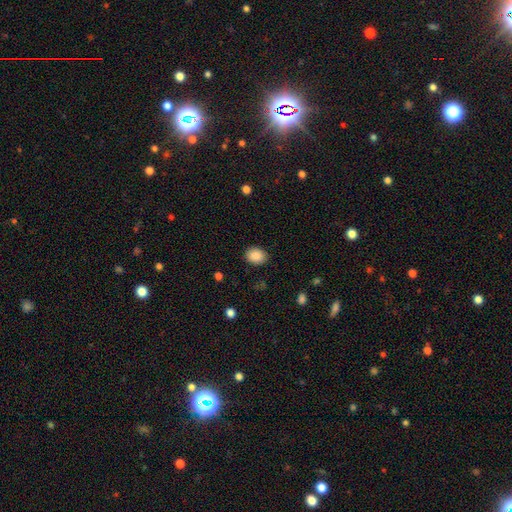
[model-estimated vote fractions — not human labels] This appears to be a smooth galaxy with no disk features (88%) that is in between round and cigar-shaped (52%). Merging: none (87%).